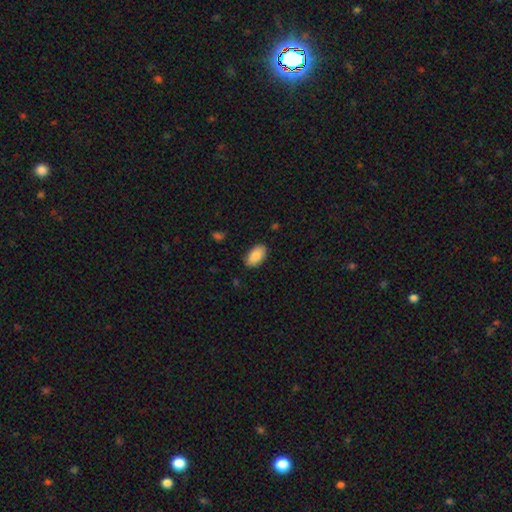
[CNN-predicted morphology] smooth 86%, featured or disk 7%, star or artifact 6%. Down the decision tree: how rounded — in between (95%); merging — none (87%).